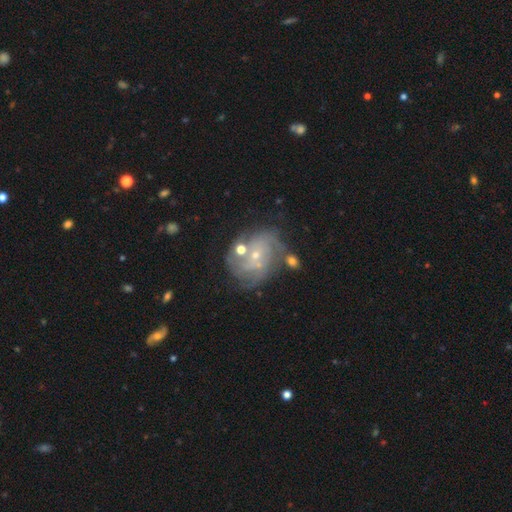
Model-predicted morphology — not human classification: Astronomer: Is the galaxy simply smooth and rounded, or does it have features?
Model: featured or disk — 79%.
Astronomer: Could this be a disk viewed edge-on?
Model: no — 98%.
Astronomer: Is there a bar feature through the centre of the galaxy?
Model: no — 70%.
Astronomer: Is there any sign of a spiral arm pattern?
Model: yes — 90%.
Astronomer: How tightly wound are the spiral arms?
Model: tight — 53% (runner-up: medium, 35%).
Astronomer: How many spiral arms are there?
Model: can't tell — 36% (runner-up: 2, 21%).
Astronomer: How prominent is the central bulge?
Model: small — 78%.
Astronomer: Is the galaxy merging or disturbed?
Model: none — 57%.